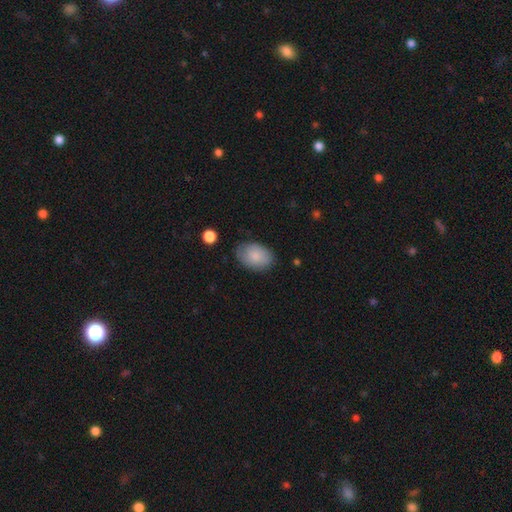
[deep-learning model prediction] A smooth galaxy with no disk features (84%) that is in between round and cigar-shaped (87%).

Vote fractions:
- Smooth or featured? smooth: 84% / featured or disk: 10% / star or artifact: 6%
- How rounded? in between: 87% / round: 12% / cigar-shaped: 1%
- Merging? none: 77% / minor disturbance: 18% / major disturbance: 4% / merger: 2%